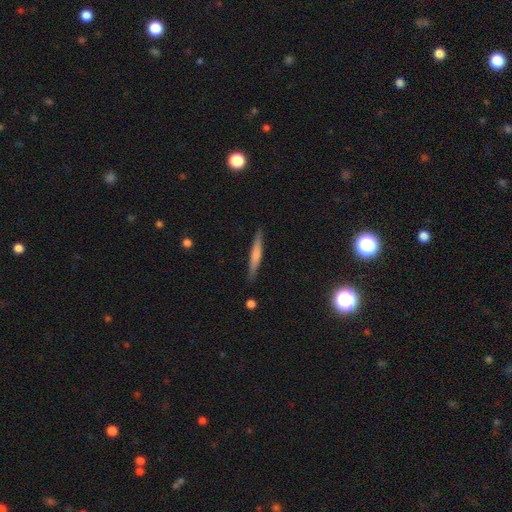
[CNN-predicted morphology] Smooth or featured: smooth — 57% (featured or disk — 37%)
How rounded: cigar-shaped — 94% (in between — 4%)
Merging: none — 87% (minor disturbance — 9%)